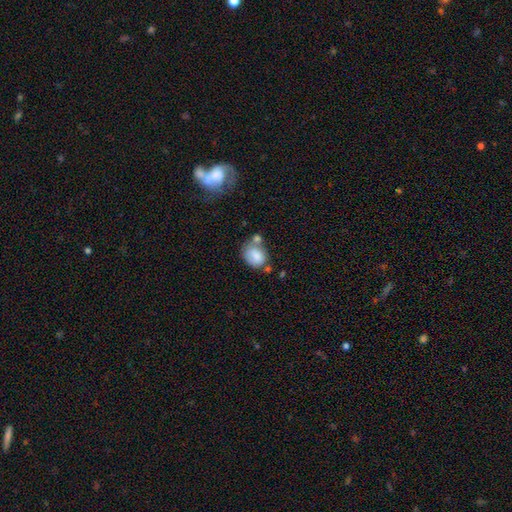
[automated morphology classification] Smooth or featured? smooth (81%)
How rounded? in between (56%)
Merging? none (41%)